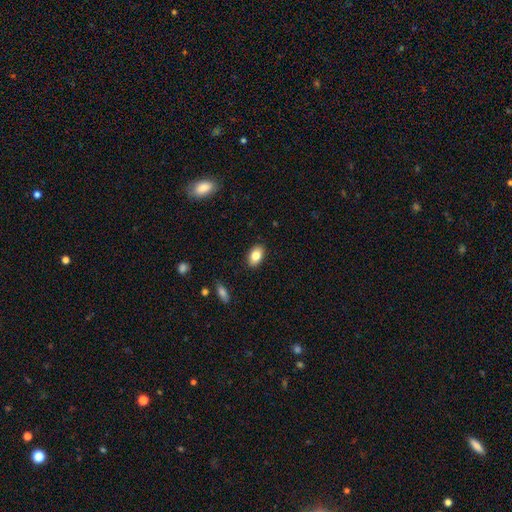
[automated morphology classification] The model was most divided on "smooth or featured": smooth: 82%, featured or disk: 10%, star or artifact: 8%. More confident: how rounded — in between (90%); merging — none (88%).